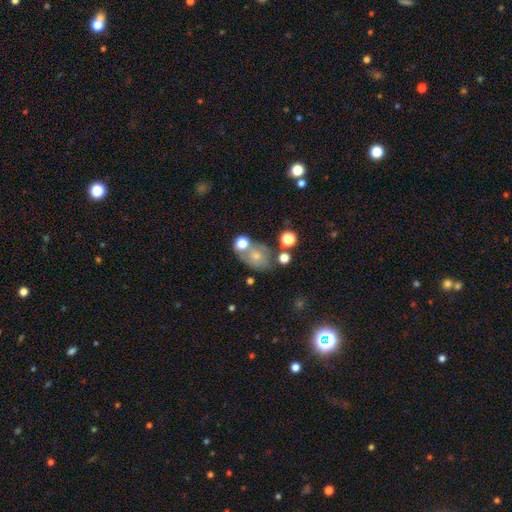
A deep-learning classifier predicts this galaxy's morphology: A smooth galaxy with no disk features (63%) that is in between round and cigar-shaped (50%).

Vote fractions:
- Smooth or featured? smooth: 63% / featured or disk: 24% / star or artifact: 13%
- How rounded? in between: 50% / round: 48% / cigar-shaped: 1%
- Merging? none: 48% / merger: 26% / minor disturbance: 17% / major disturbance: 9%